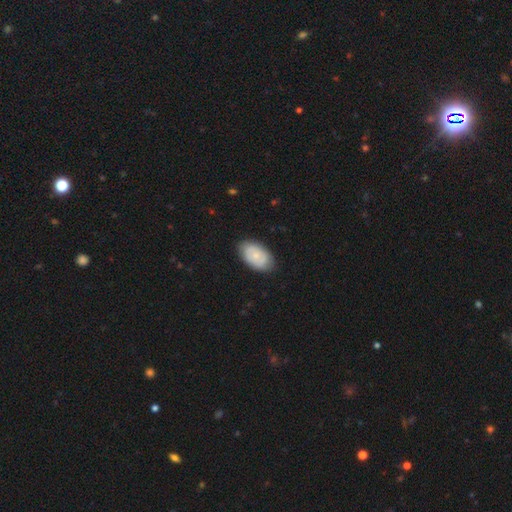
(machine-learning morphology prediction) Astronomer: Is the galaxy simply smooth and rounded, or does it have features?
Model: smooth — 56% (runner-up: featured or disk, 38%).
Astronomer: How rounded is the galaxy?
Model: in between — 92%.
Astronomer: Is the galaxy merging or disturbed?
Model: none — 82%.